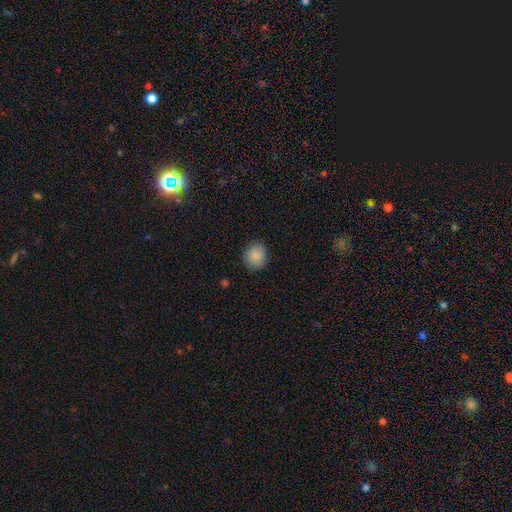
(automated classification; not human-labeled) Smooth or featured?
  - smooth: 87% *
  - star or artifact: 8%
  - featured or disk: 4%
How rounded?
  - round: 80% *
  - in between: 19%
  - cigar-shaped: 1%
Merging?
  - none: 87% *
  - minor disturbance: 10%
  - major disturbance: 2%
  - merger: 1%